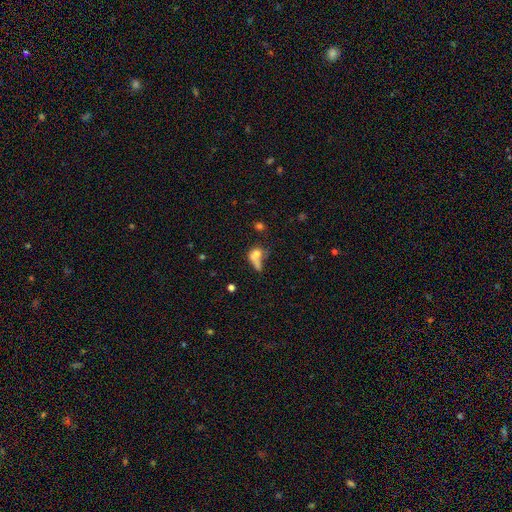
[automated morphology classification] A smooth galaxy with no disk features (67%) that is in between round and cigar-shaped (61%). Merging: merger (43%).